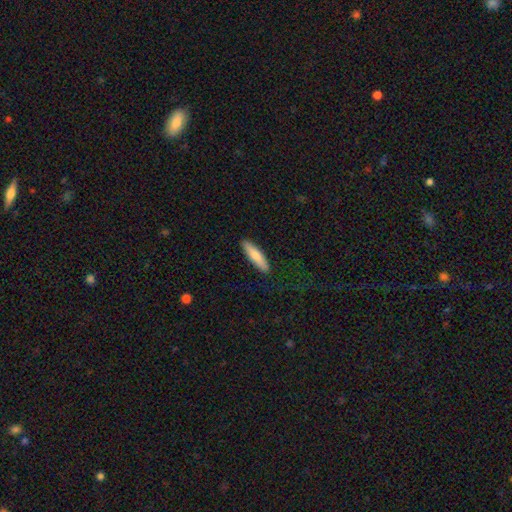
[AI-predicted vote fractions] smooth_or_featured: smooth (p=0.80) [alt: featured or disk p=0.15]
how_rounded: cigar-shaped (p=0.74) [alt: in between p=0.24]
merging: none (p=0.90) [alt: minor disturbance p=0.07]